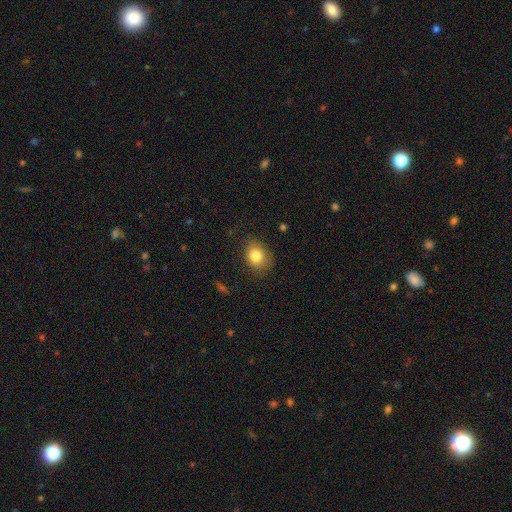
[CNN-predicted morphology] The model was most divided on "how rounded": round: 50%, in between: 49%, cigar-shaped: 1%. More confident: smooth or featured — smooth (81%); merging — none (76%).